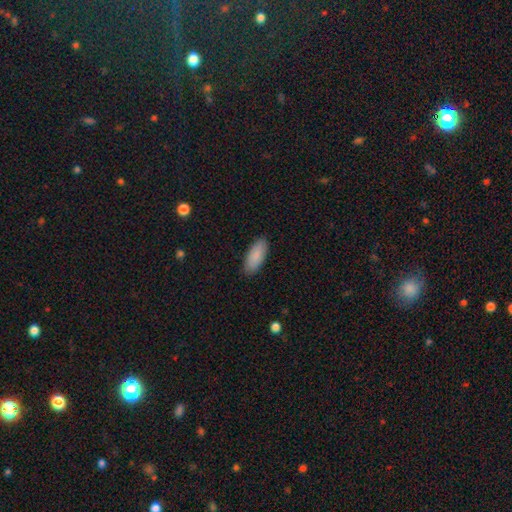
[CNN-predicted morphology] Q: Smooth or featured?
A: smooth (89%); runner-up: star or artifact (6%)
Q: How rounded?
A: in between (82%); runner-up: cigar-shaped (17%)
Q: Merging?
A: none (88%); runner-up: minor disturbance (9%)